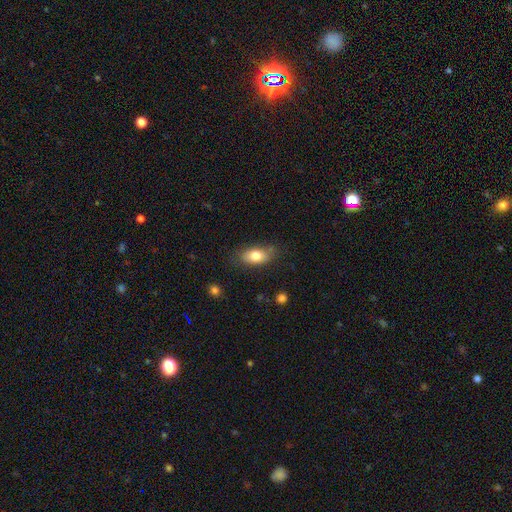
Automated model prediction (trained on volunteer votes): A smooth galaxy with no disk features (79%) that is in between round and cigar-shaped (88%).

Vote fractions:
- Smooth or featured? smooth: 79% / featured or disk: 13% / star or artifact: 7%
- How rounded? in between: 88% / cigar-shaped: 7% / round: 6%
- Merging? none: 76% / minor disturbance: 18% / major disturbance: 5% / merger: 2%